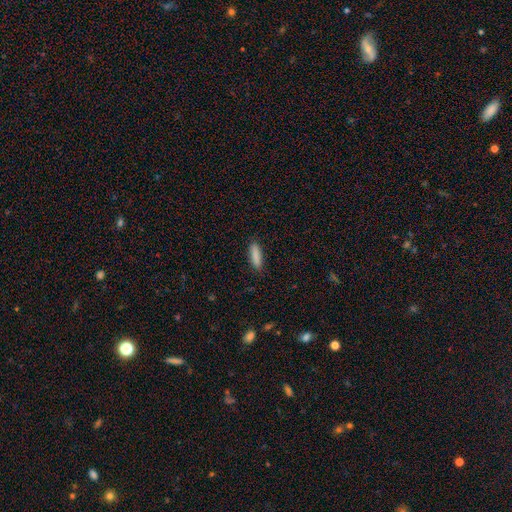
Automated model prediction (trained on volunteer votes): smooth_or_featured: smooth (p=0.88) [alt: star or artifact p=0.07]
how_rounded: cigar-shaped (p=0.60) [alt: in between p=0.39]
merging: none (p=0.88) [alt: minor disturbance p=0.09]